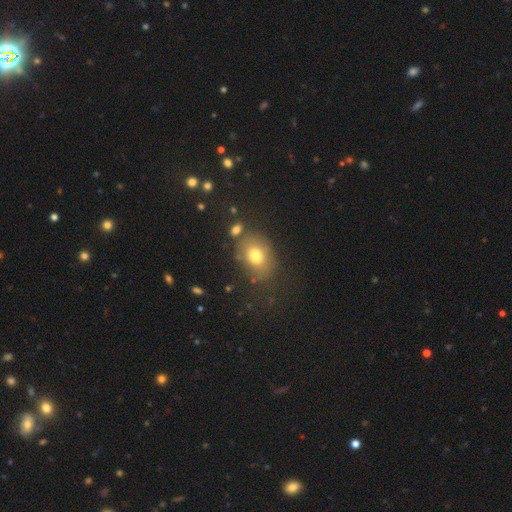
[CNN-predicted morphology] Smooth or featured? smooth (74%)
How rounded? in between (67%)
Merging? none (71%)